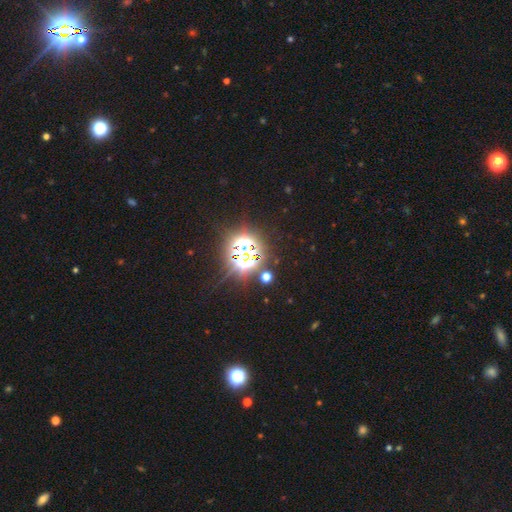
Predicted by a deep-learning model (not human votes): Smooth or featured? star or artifact (81%)